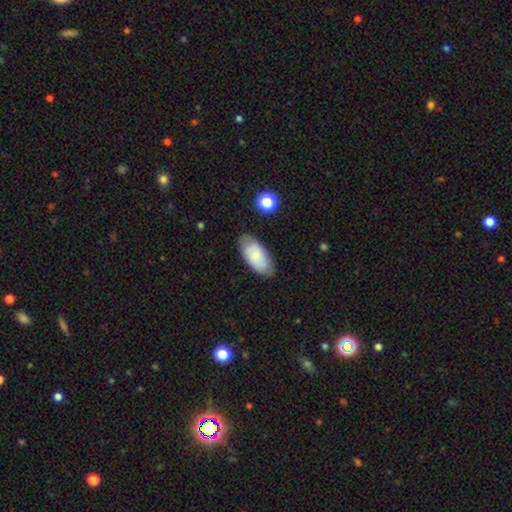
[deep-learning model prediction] smooth 74%, featured or disk 19%, star or artifact 7%. Down the decision tree: how rounded — in between (93%); merging — none (77%).